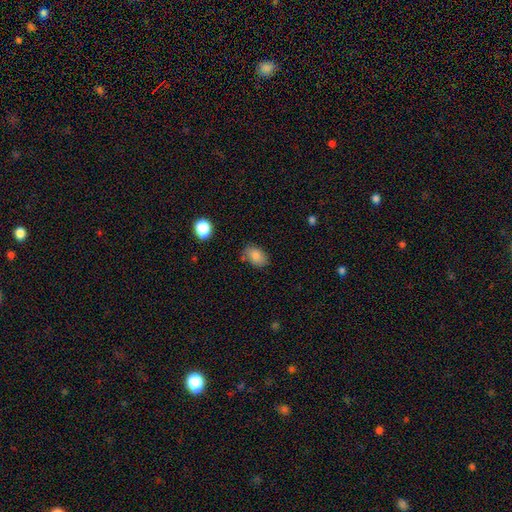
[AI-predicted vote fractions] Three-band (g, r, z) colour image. It shows a smooth galaxy with no disk features (84%) that is in between round and cigar-shaped (83%). Merging: none (72%).